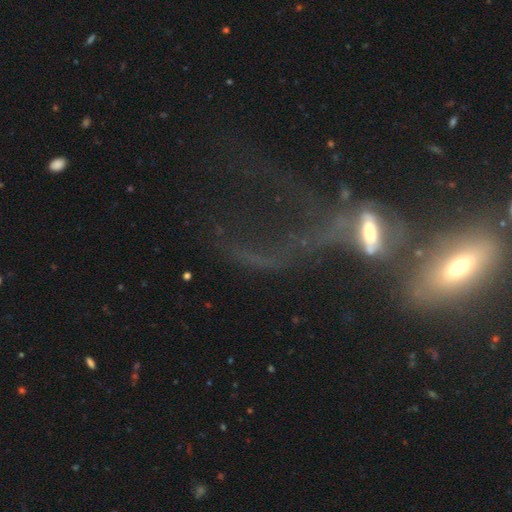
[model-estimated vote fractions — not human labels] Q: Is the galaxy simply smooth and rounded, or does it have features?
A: featured or disk — 55%.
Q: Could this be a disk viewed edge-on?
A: no — 72%.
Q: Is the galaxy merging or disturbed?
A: major disturbance — 43%.